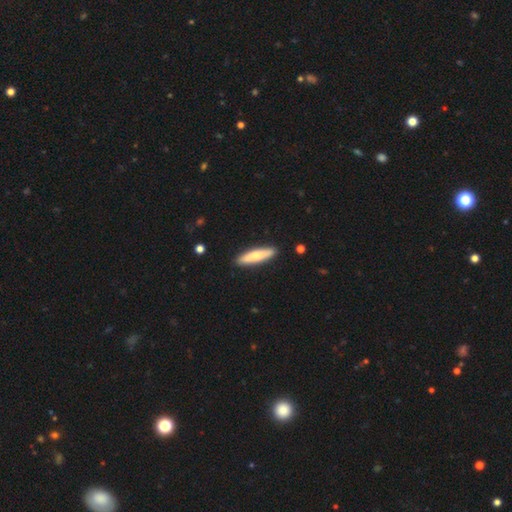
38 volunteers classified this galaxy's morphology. smooth-or-featured: smooth: 58% | featured or disk: 37% | star or artifact: 5%
  how-rounded: cigar-shaped: 77% | in between: 23% | round: 0%
  merging: none: 89% | major disturbance: 6% | minor disturbance: 3% | merger: 3%